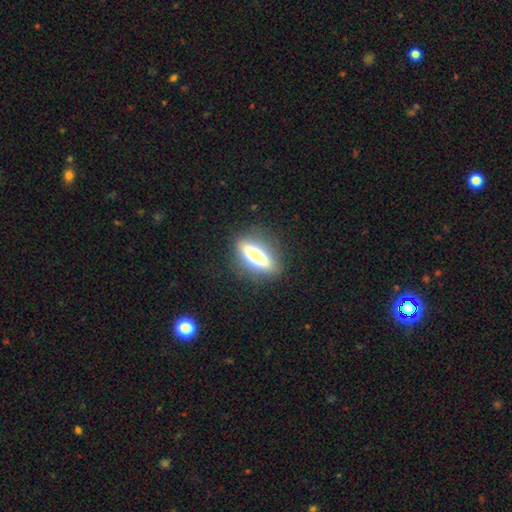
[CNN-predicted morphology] Smooth or featured?
  - smooth: 54% *
  - featured or disk: 36%
  - star or artifact: 10%
How rounded?
  - in between: 49% *
  - cigar-shaped: 46%
  - round: 4%
Merging?
  - none: 83% *
  - minor disturbance: 10%
  - major disturbance: 5%
  - merger: 2%